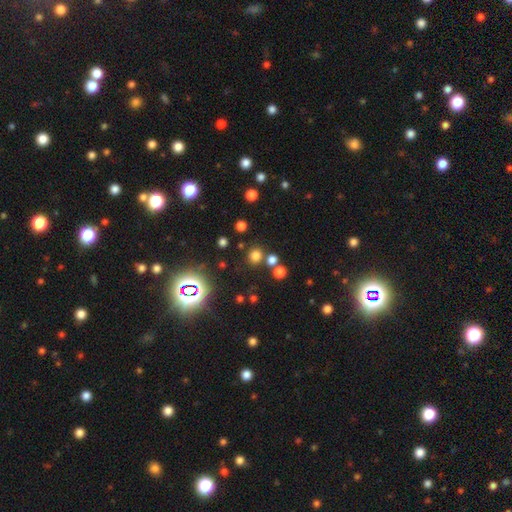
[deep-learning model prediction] Smooth or featured: smooth — 67% (star or artifact — 27%)
How rounded: round — 85% (in between — 14%)
Merging: none — 78% (merger — 11%)